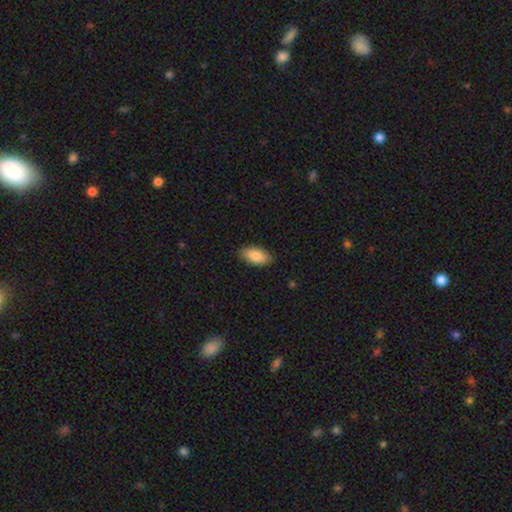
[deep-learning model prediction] smooth-or-featured: smooth: 85% | featured or disk: 9% | star or artifact: 6%
  how-rounded: in between: 92% | cigar-shaped: 5% | round: 3%
  merging: none: 87% | minor disturbance: 10% | major disturbance: 2% | merger: 1%